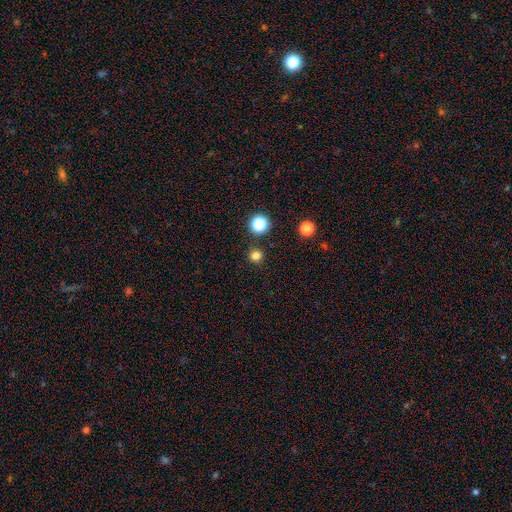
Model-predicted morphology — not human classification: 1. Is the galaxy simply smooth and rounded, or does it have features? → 79% smooth, 17% star or artifact, 4% featured or disk.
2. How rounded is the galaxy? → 93% round, 6% in between, 1% cigar-shaped.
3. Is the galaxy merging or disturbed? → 90% none, 5% minor disturbance, 2% merger, 2% major disturbance.